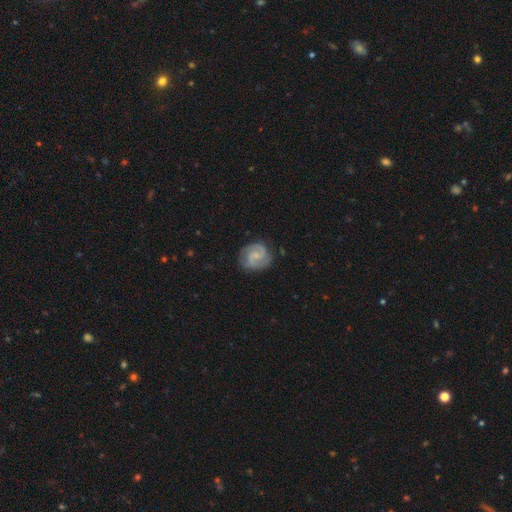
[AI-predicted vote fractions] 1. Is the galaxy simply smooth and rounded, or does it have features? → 83% featured or disk, 12% smooth, 5% star or artifact.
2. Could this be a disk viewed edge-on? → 98% no, 2% yes.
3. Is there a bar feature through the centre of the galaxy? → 49% no, 43% weak, 8% strong.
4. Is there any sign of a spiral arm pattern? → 97% yes, 3% no.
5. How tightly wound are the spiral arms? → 47% medium, 43% tight, 10% loose.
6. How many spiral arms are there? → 87% 2, 5% 3, 4% can't tell, 2% 1, 1% 4, 1% more than 4.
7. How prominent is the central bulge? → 59% small, 21% moderate, 17% none, 1% large, 1% dominant.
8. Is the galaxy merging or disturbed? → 81% none, 14% minor disturbance, 4% major disturbance, 1% merger.